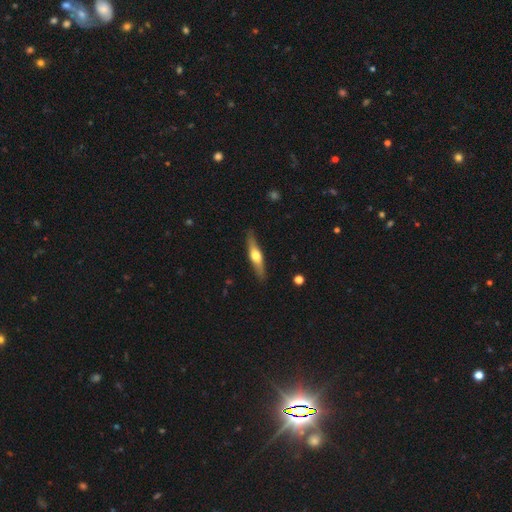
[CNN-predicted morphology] A featured or disk galaxy (55%) viewed edge-on (92%) with a rounded central bulge (93%). Merging: none (87%).